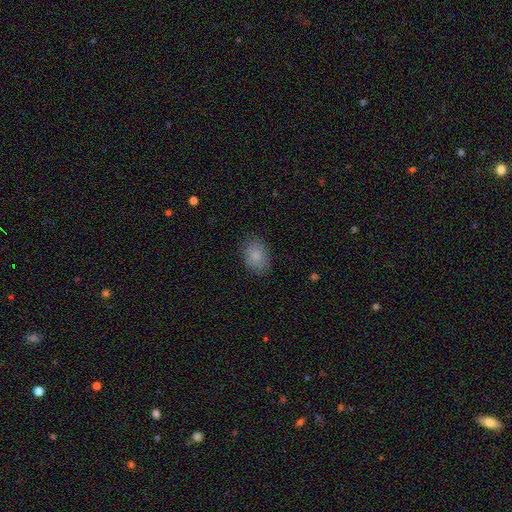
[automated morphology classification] Q: Smooth or featured?
A: smooth (82%); runner-up: featured or disk (10%)
Q: How rounded?
A: in between (72%); runner-up: round (27%)
Q: Merging?
A: none (81%); runner-up: minor disturbance (14%)